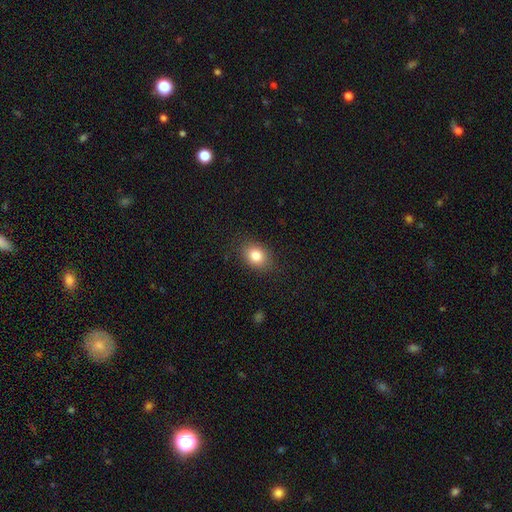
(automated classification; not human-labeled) A smooth galaxy with no disk features (84%) that is in between round and cigar-shaped (64%). Merging: none (84%).